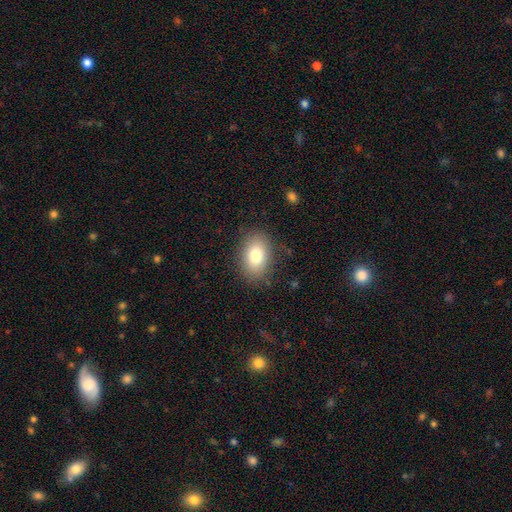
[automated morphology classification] Smooth or featured: smooth — 80% (featured or disk — 11%)
How rounded: in between — 85% (round — 14%)
Merging: none — 84% (minor disturbance — 11%)